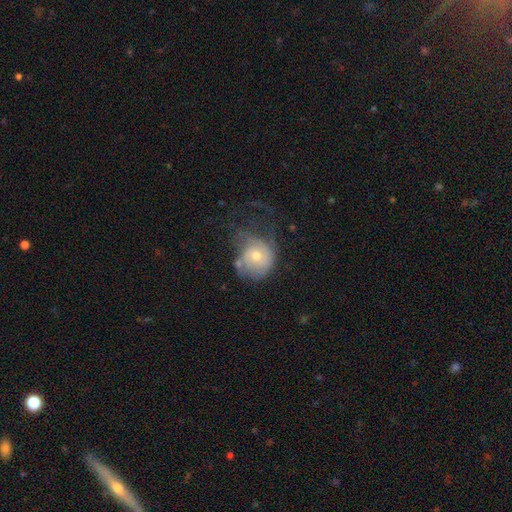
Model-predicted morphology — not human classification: Smooth or featured? Predicted: featured or disk (p=0.50). Merging? Predicted: major disturbance (p=0.34).